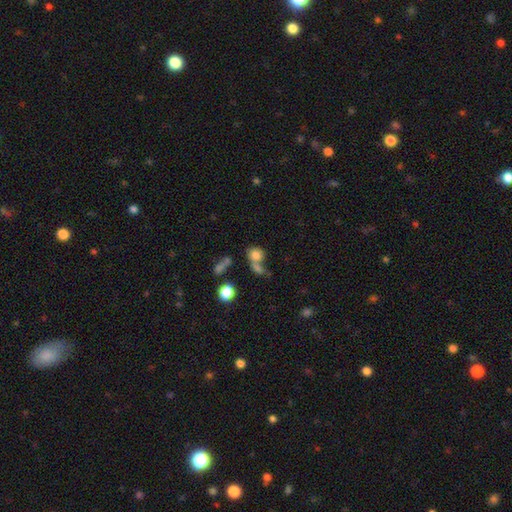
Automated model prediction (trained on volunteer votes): smooth 74%, star or artifact 13%, featured or disk 13%. Down the decision tree: how rounded — round (63%); merging — merger (48%).